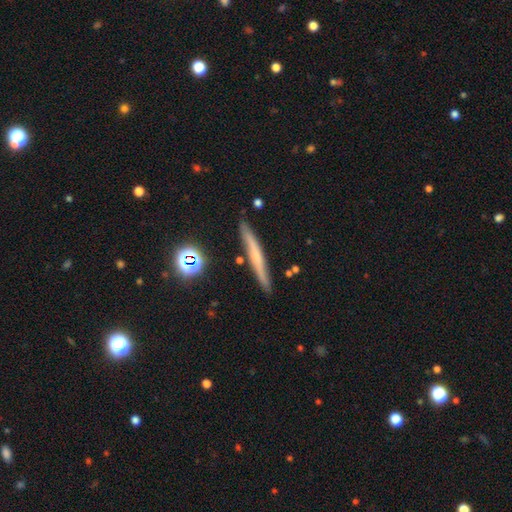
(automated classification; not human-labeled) Morphology: type=featured or disk (51%); edge-on=yes (93%); merging=none (86%).